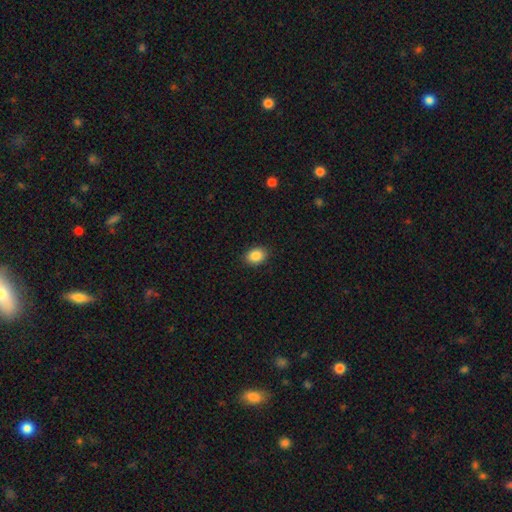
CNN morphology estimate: This is clearly a smooth galaxy (88%). How rounded: likely in between (66%). Merging: clearly none (89%).